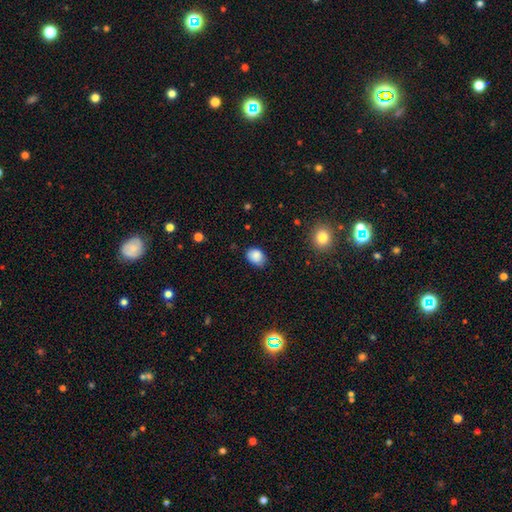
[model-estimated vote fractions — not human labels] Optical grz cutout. It shows a smooth galaxy with no disk features (86%) that is in between round and cigar-shaped (67%). Merging: none (73%).